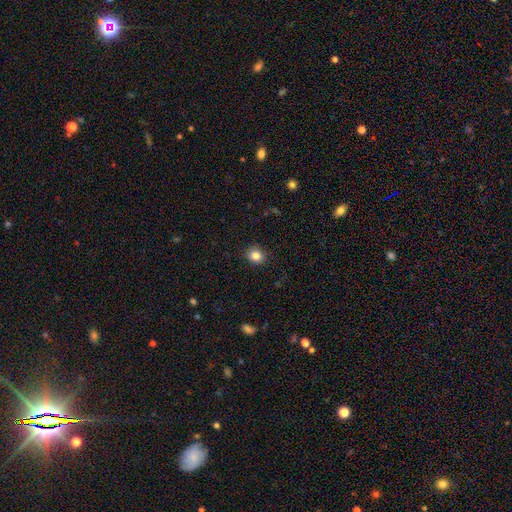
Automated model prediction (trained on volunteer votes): Morphology: type=smooth (84%); roundness=round (76%); merging=none (89%).